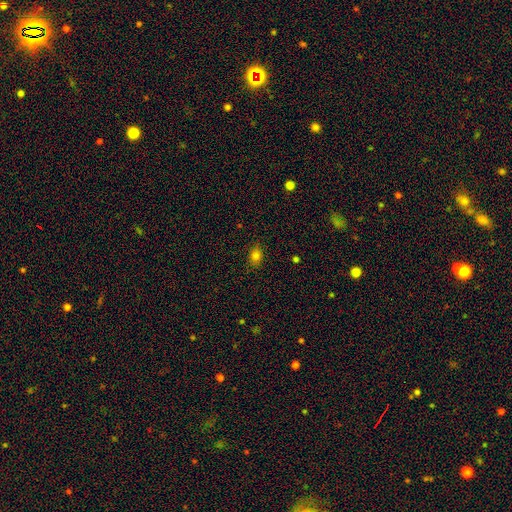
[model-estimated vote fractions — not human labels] smooth 79%, star or artifact 14%, featured or disk 7%. Down the decision tree: how rounded — in between (65%); merging — none (83%).